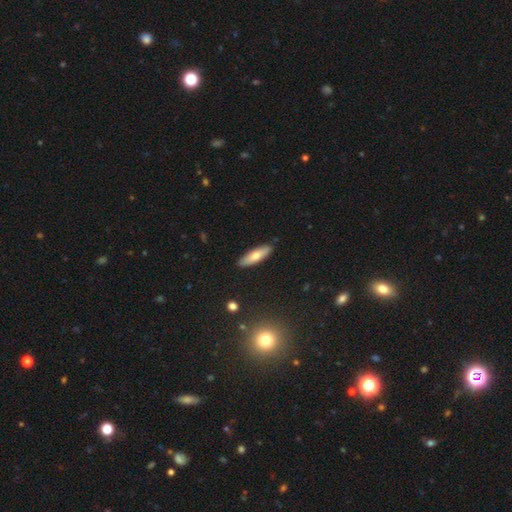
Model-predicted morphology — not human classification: Q: Smooth or featured?
A: smooth (65%); runner-up: featured or disk (29%)
Q: How rounded?
A: cigar-shaped (60%); runner-up: in between (38%)
Q: Merging?
A: none (89%); runner-up: minor disturbance (8%)